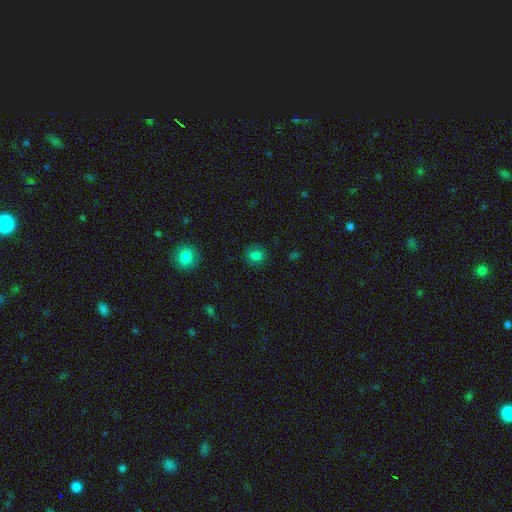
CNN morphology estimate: Q: Smooth or featured?
A: smooth (78%); runner-up: star or artifact (15%)
Q: How rounded?
A: round (67%); runner-up: in between (32%)
Q: Merging?
A: none (80%); runner-up: minor disturbance (14%)